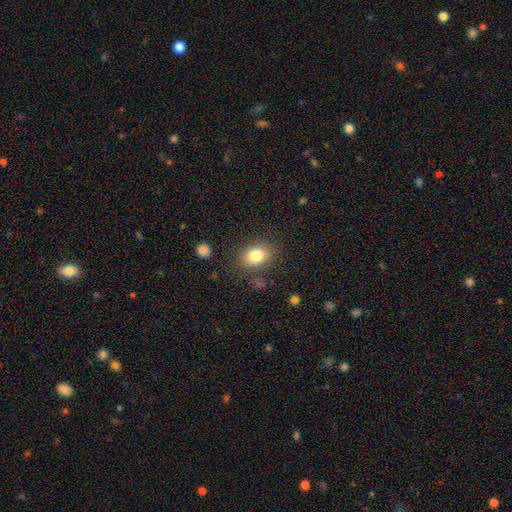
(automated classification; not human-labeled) smooth_or_featured: smooth (p=0.81) [alt: star or artifact p=0.10]
how_rounded: in between (p=0.68) [alt: round p=0.31]
merging: none (p=0.81) [alt: minor disturbance p=0.12]